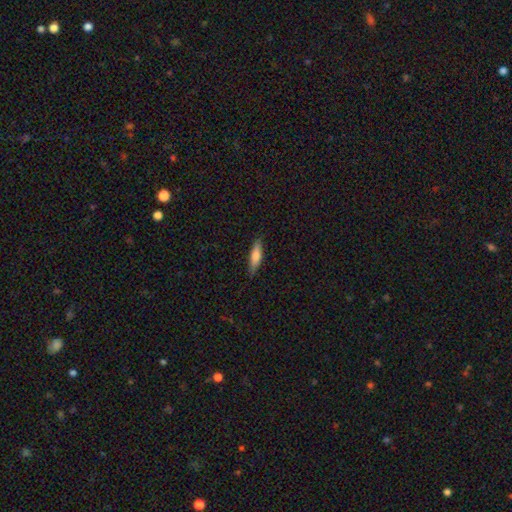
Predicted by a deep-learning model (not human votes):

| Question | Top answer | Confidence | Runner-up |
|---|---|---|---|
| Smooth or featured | smooth | 70% | featured or disk (24%) |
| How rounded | cigar-shaped | 68% | in between (30%) |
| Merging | none | 86% | minor disturbance (11%) |